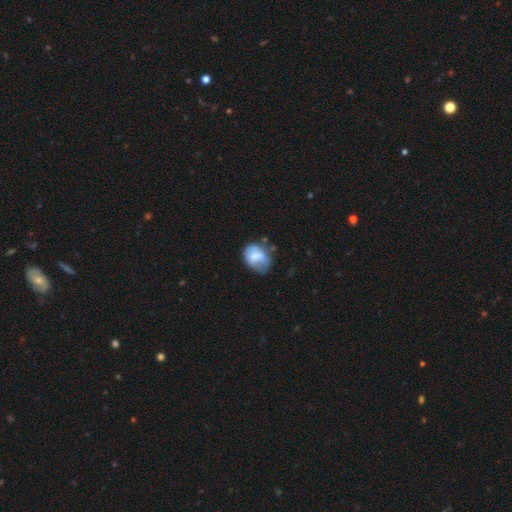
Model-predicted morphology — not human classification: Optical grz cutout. It shows a smooth galaxy with no disk features (63%) that is in between round and cigar-shaped (63%). Merging: none (43%).